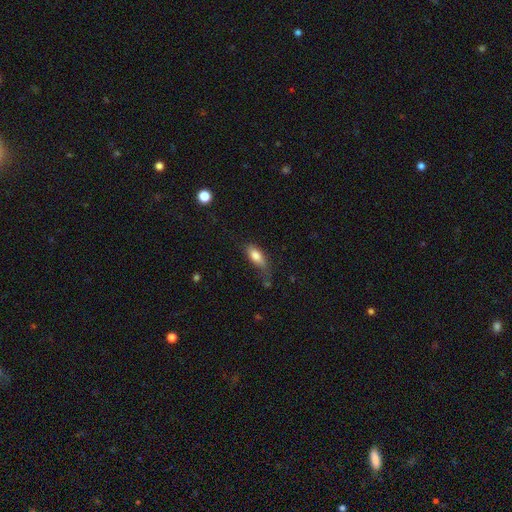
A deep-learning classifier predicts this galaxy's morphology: smooth 79%, featured or disk 14%, star or artifact 8%. Down the decision tree: how rounded — in between (75%); merging — none (52%).